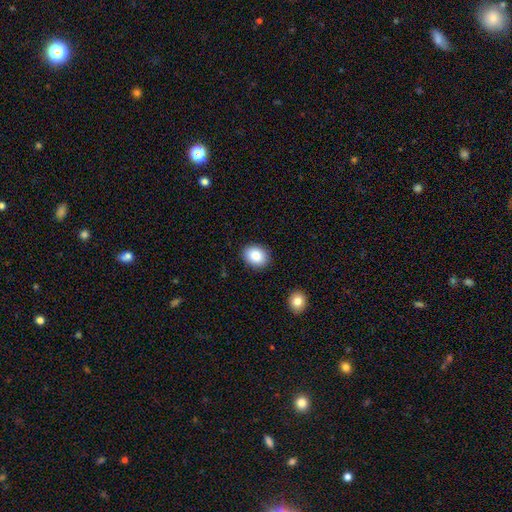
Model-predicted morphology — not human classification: Smooth or featured? smooth (87%)
How rounded? in between (58%)
Merging? none (87%)